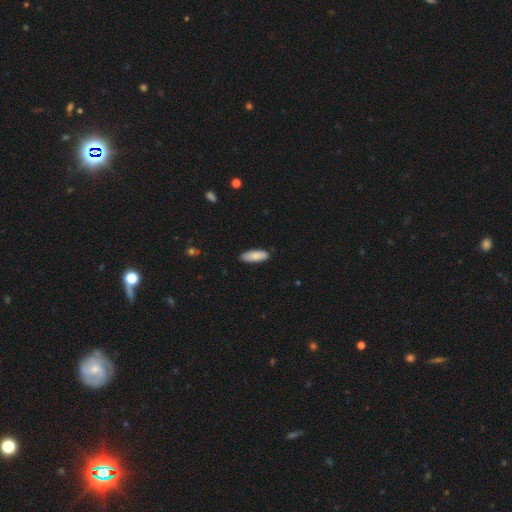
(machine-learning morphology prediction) The model was most divided on "how rounded": in between: 68%, cigar-shaped: 31%, round: 2%. More confident: merging — none (87%); smooth or featured — smooth (86%).